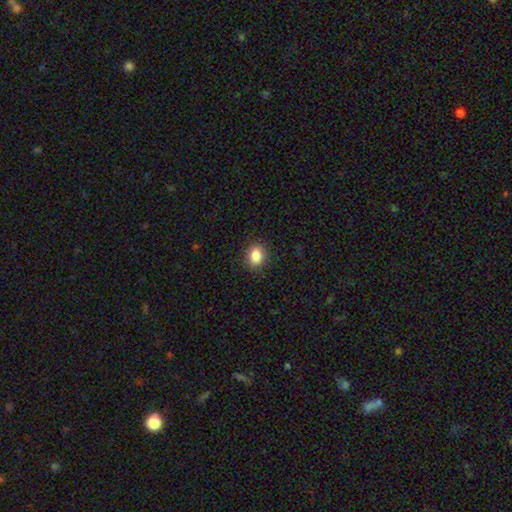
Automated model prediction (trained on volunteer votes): Q: Smooth or featured?
A: smooth (85%); runner-up: star or artifact (10%)
Q: How rounded?
A: in between (52%); runner-up: round (47%)
Q: Merging?
A: none (88%); runner-up: minor disturbance (8%)